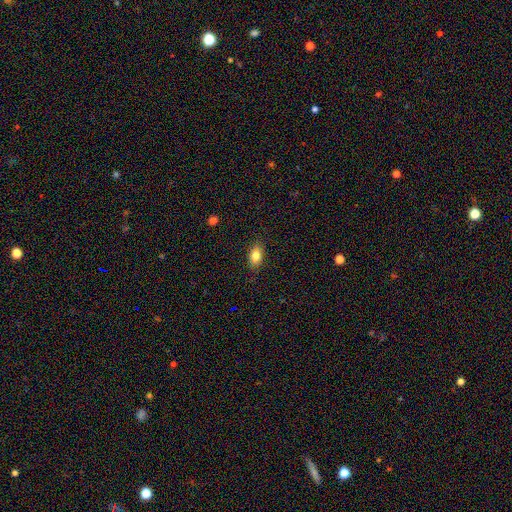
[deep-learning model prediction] A smooth galaxy with no disk features (82%) that is in between round and cigar-shaped (88%). Merging: none (87%).